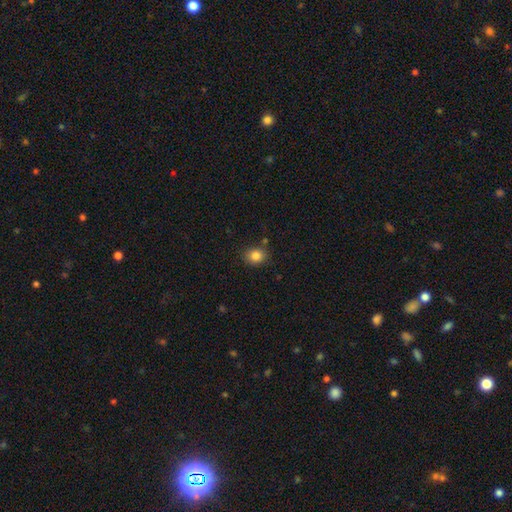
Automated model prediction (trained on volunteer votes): smooth-or-featured: smooth: 84% | star or artifact: 11% | featured or disk: 5%
  how-rounded: round: 67% | in between: 32% | cigar-shaped: 1%
  merging: none: 83% | minor disturbance: 11% | merger: 4% | major disturbance: 3%